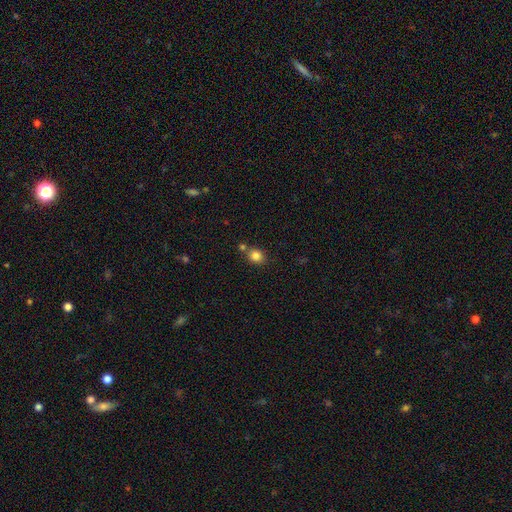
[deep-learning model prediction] Overall: smooth (84%). How rounded: round (69%; in between 30%). Merging: none (66%).